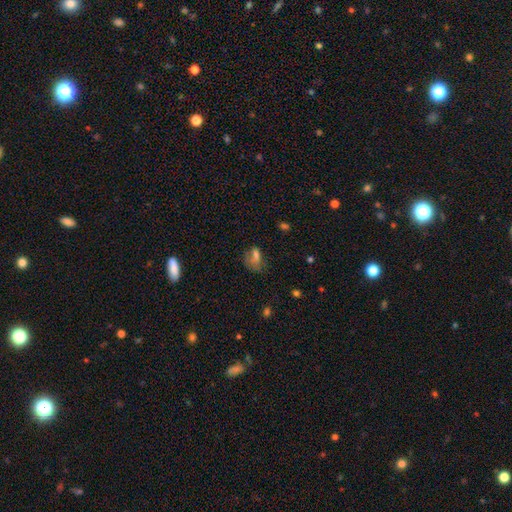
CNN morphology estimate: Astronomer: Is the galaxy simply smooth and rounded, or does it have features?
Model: smooth — 57%.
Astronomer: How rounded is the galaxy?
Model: in between — 72%.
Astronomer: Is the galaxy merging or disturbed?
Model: none — 40% (runner-up: major disturbance, 27%).